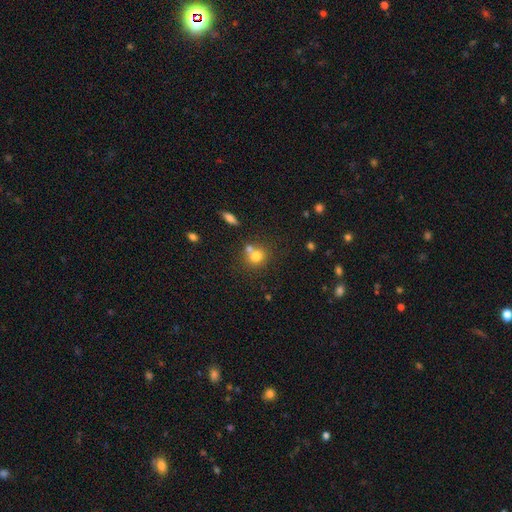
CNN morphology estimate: smooth_or_featured: smooth (p=0.75) [alt: featured or disk p=0.13]
how_rounded: round (p=0.81) [alt: in between p=0.18]
merging: none (p=0.50) [alt: merger p=0.37]